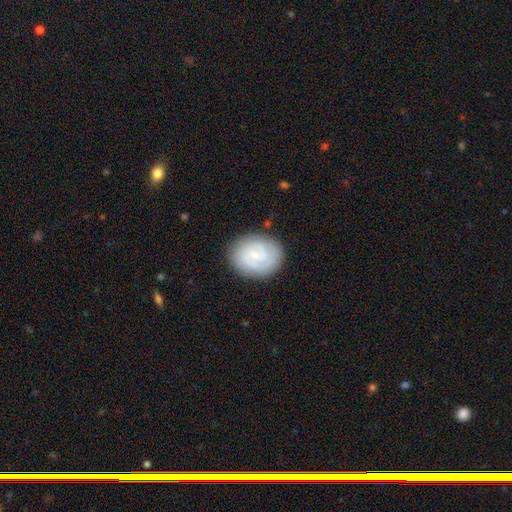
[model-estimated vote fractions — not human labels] A featured or disk galaxy (70%) with no bar (50%), 2 (57%) tight (63%) spiral arms (93%) and a small central bulge (73%). Merging: none (84%).